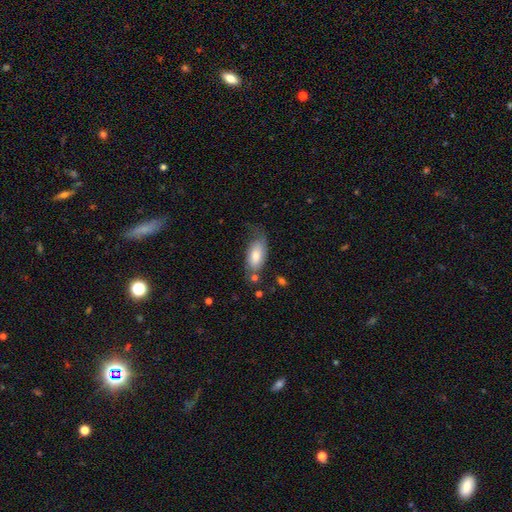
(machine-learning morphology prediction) Overall: smooth (70%). How rounded: in between (91%). Merging: none (47%; minor disturbance 31%).